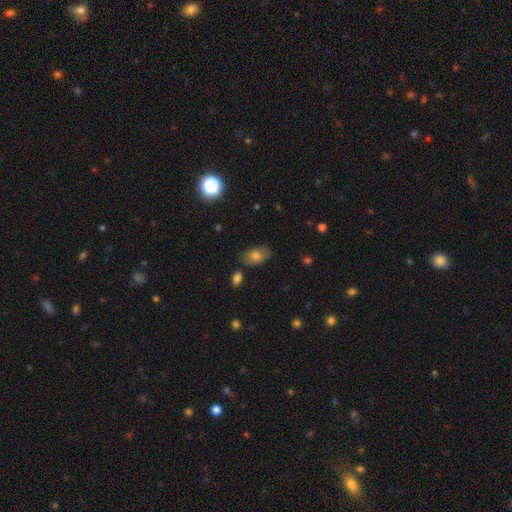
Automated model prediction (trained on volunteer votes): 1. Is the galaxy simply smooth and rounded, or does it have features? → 77% smooth, 14% featured or disk, 9% star or artifact.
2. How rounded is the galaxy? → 91% in between, 7% round, 2% cigar-shaped.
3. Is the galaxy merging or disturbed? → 80% none, 14% minor disturbance, 4% merger, 3% major disturbance.